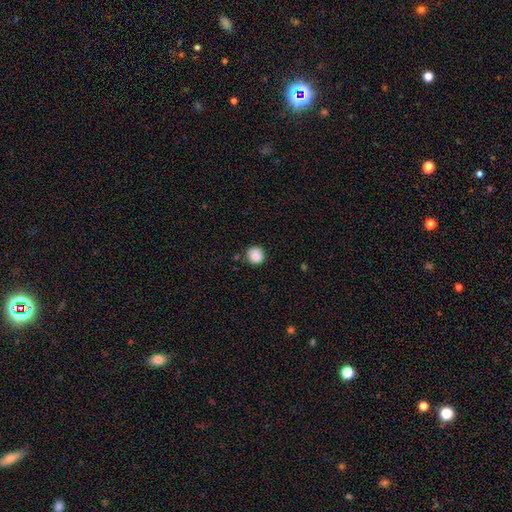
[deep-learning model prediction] Overall: smooth (87%). How rounded: round (91%). Merging: none (80%).